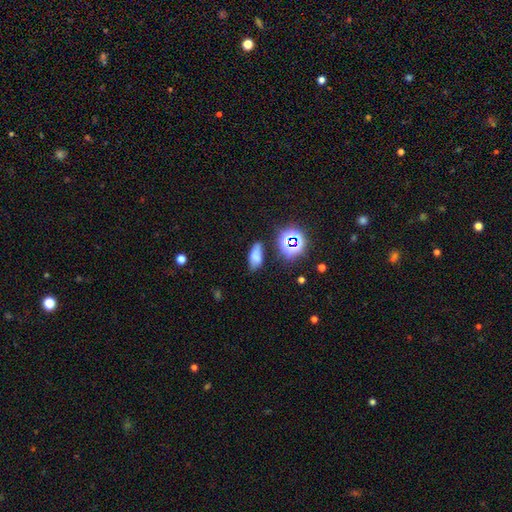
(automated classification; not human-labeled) smooth-or-featured: smooth: 68% | star or artifact: 21% | featured or disk: 12%
  how-rounded: in between: 80% | cigar-shaped: 14% | round: 6%
  merging: none: 67% | minor disturbance: 21% | major disturbance: 7% | merger: 5%